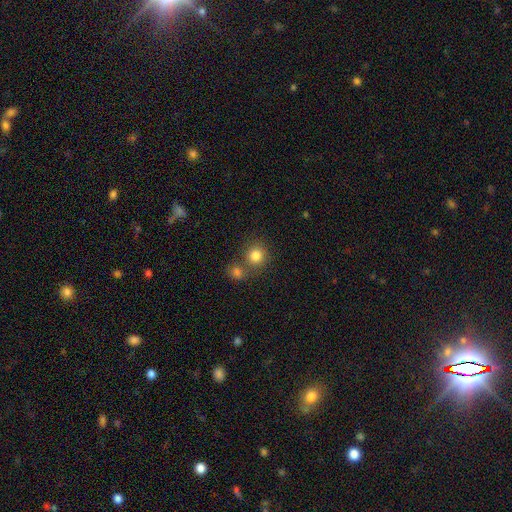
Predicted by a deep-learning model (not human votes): Q: Smooth or featured?
A: smooth (82%); runner-up: star or artifact (12%)
Q: How rounded?
A: round (89%); runner-up: in between (10%)
Q: Merging?
A: none (61%); runner-up: merger (29%)